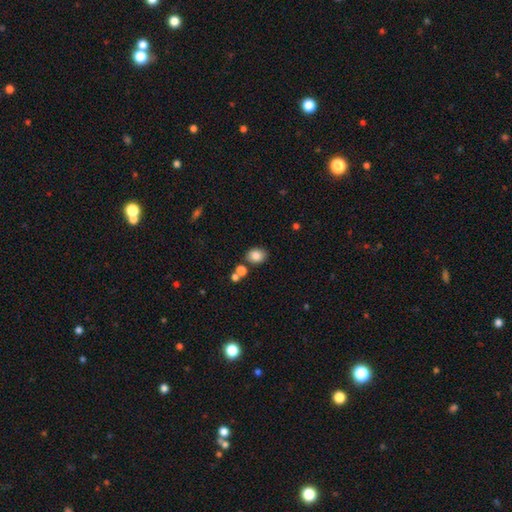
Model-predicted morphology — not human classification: Overall: smooth (83%). How rounded: in between (62%; round 37%). Merging: none (78%).